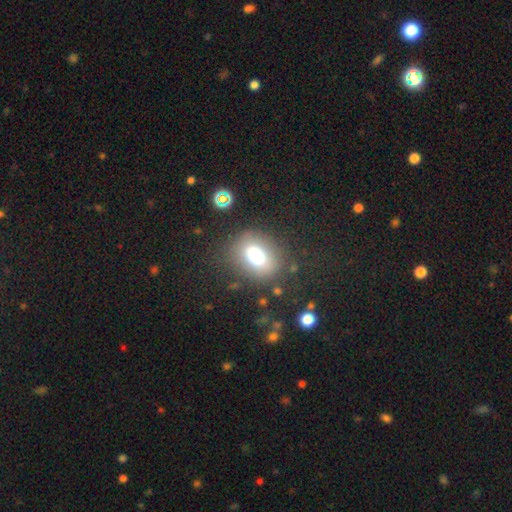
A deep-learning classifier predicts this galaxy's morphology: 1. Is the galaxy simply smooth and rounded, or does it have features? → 75% smooth, 13% star or artifact, 12% featured or disk.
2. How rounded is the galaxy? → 65% in between, 33% round, 2% cigar-shaped.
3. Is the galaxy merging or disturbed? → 79% none, 12% minor disturbance, 6% major disturbance, 3% merger.